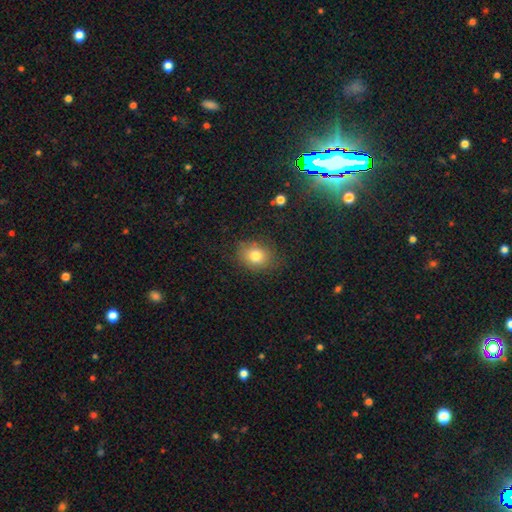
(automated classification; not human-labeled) Smooth or featured?
  - smooth: 79% *
  - star or artifact: 11%
  - featured or disk: 10%
How rounded?
  - round: 52% *
  - in between: 47%
  - cigar-shaped: 1%
Merging?
  - none: 78% *
  - minor disturbance: 15%
  - major disturbance: 5%
  - merger: 1%